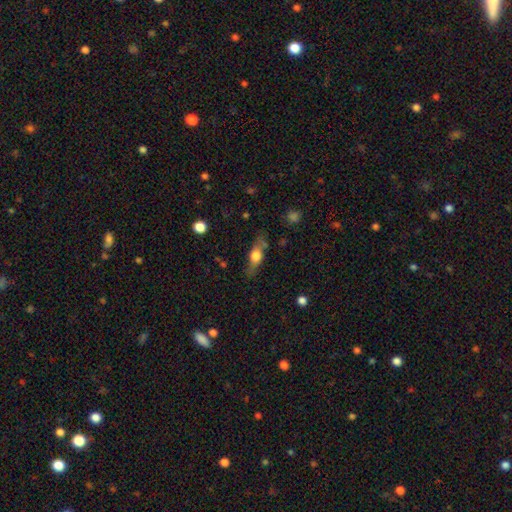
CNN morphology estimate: Smooth or featured: smooth — 56% (featured or disk — 36%)
How rounded: in between — 56% (cigar-shaped — 37%)
Merging: none — 74% (minor disturbance — 18%)